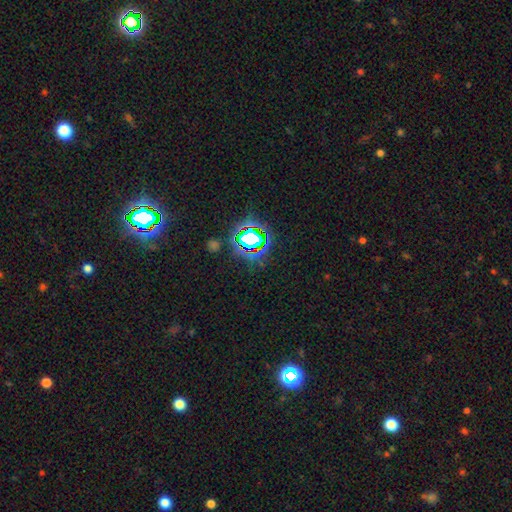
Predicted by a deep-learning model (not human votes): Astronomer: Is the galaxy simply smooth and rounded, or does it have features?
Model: star or artifact — 78%.